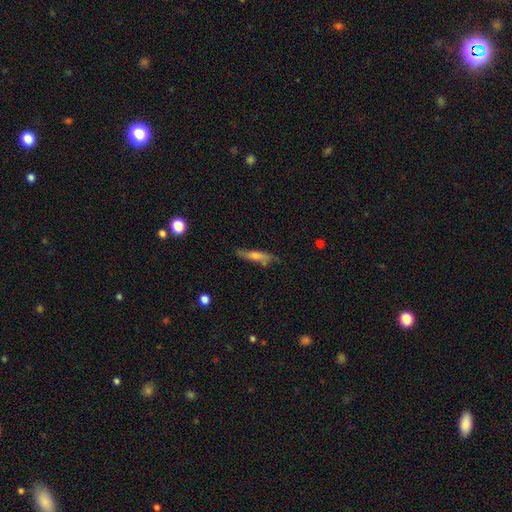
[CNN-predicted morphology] This appears to be a featured or disk galaxy (54%) viewed edge-on (71%). Merging: none (75%).